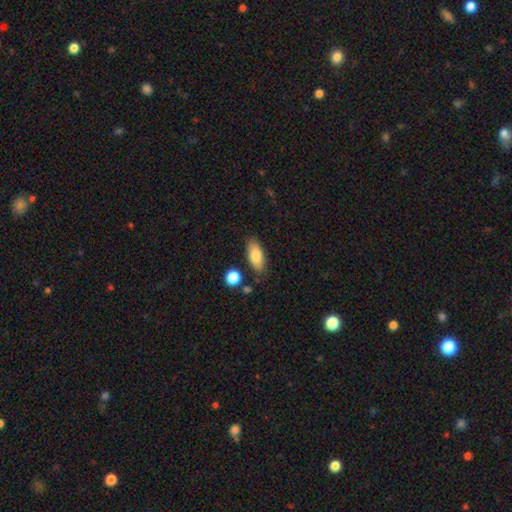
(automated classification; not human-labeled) A smooth galaxy with no disk features (81%) that is in between round and cigar-shaped (82%). Merging: none (81%).